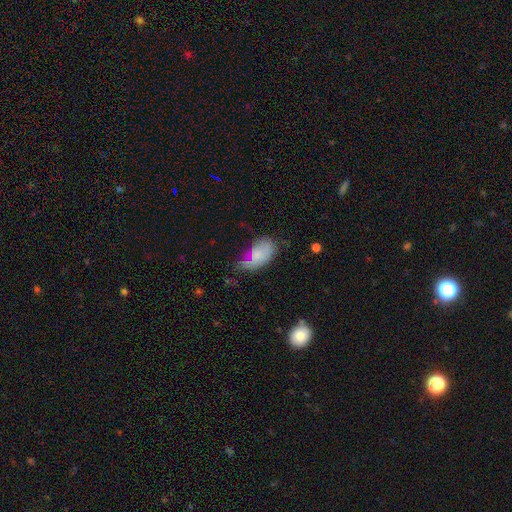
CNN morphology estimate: smooth_or_featured: smooth (p=0.68) [alt: featured or disk p=0.22]
how_rounded: in between (p=0.92) [alt: round p=0.05]
merging: minor disturbance (p=0.38) [alt: none p=0.30]